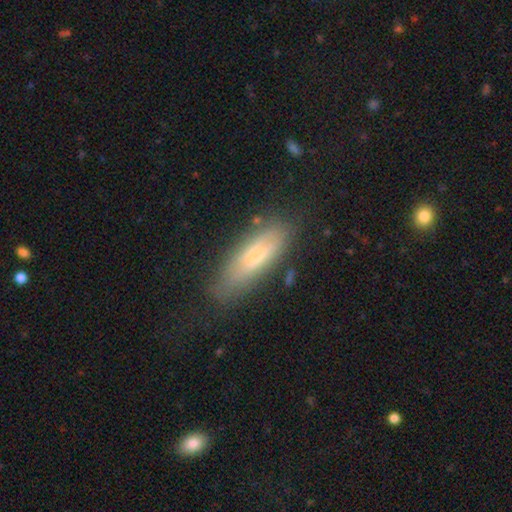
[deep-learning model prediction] smooth-or-featured: smooth: 51% | featured or disk: 40% | star or artifact: 9%
  how-rounded: cigar-shaped: 55% | in between: 43% | round: 2%
  merging: none: 73% | minor disturbance: 19% | major disturbance: 6% | merger: 2%